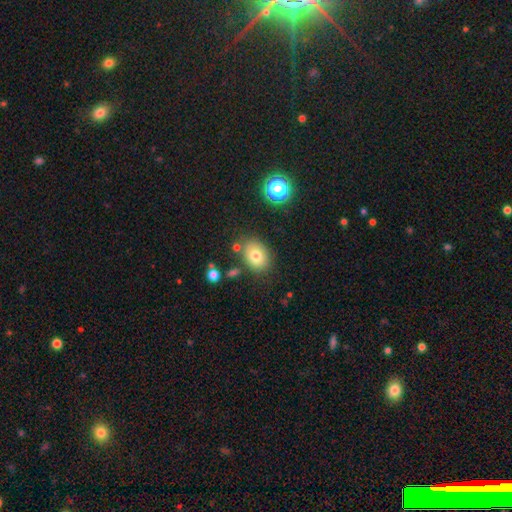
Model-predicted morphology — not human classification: A smooth galaxy with no disk features (75%) that is in between round and cigar-shaped (63%).

Vote fractions:
- Smooth or featured? smooth: 75% / featured or disk: 14% / star or artifact: 12%
- How rounded? in between: 63% / round: 36% / cigar-shaped: 1%
- Merging? none: 77% / minor disturbance: 13% / merger: 6% / major disturbance: 4%